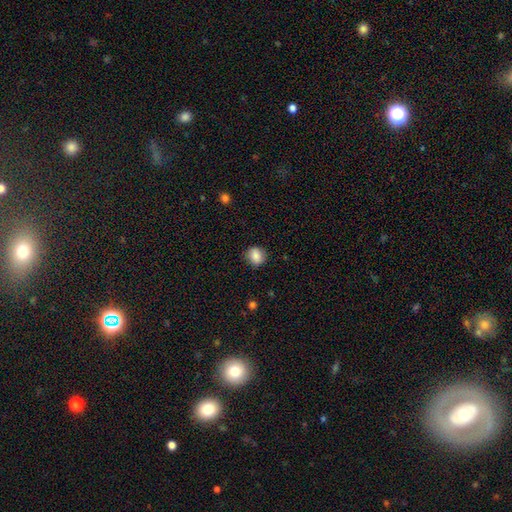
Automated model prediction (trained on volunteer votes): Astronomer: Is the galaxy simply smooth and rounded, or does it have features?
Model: smooth — 85%.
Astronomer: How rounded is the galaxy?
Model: round — 71%.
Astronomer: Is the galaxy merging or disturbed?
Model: none — 85%.